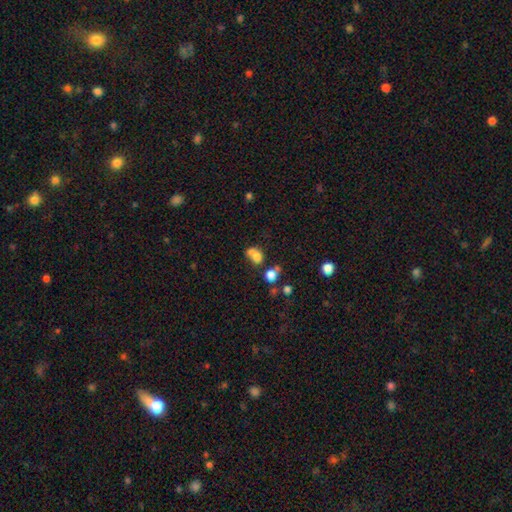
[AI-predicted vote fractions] This appears to be a smooth galaxy with no disk features (71%) that is round (60%). Merging: merger (55%).